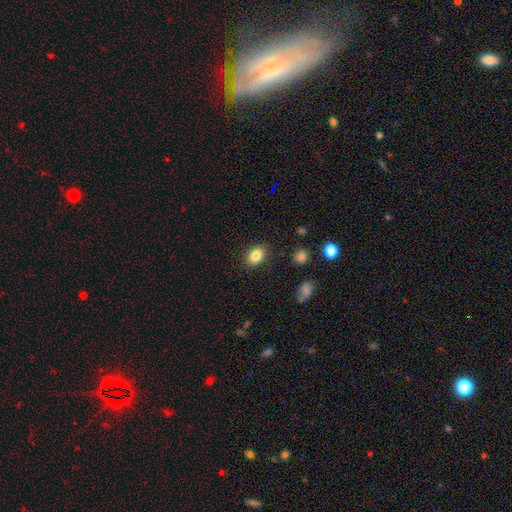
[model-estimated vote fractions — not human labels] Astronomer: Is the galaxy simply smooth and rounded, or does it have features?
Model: smooth — 85%.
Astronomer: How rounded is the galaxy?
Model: in between — 73%.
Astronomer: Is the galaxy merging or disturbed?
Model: none — 87%.